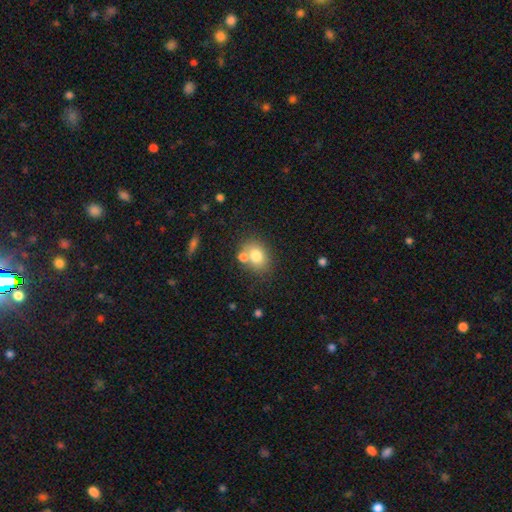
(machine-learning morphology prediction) This appears to be a smooth galaxy with no disk features (77%) that is in between round and cigar-shaped (55%). Merging: none (59%).